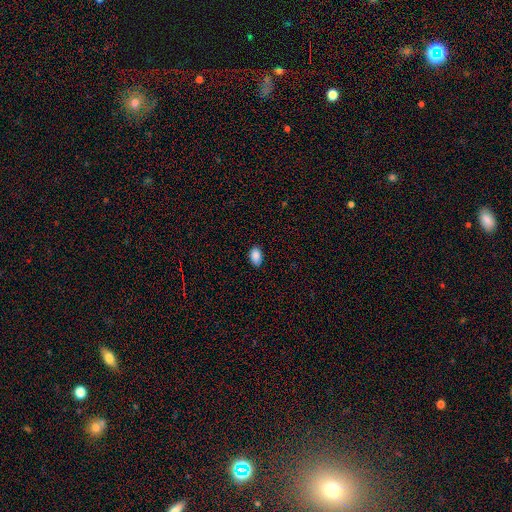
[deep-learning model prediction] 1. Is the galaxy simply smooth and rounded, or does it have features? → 89% smooth, 8% star or artifact, 4% featured or disk.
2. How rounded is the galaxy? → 89% in between, 10% round, 1% cigar-shaped.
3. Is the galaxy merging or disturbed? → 84% none, 13% minor disturbance, 2% major disturbance, 1% merger.